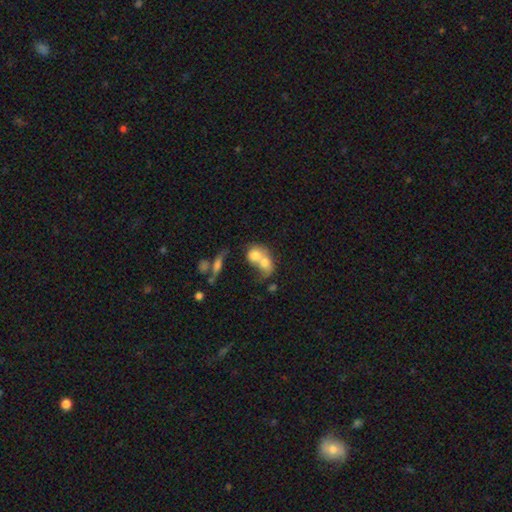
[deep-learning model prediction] Smooth or featured? smooth (69%)
How rounded? round (51%)
Merging? merger (75%)